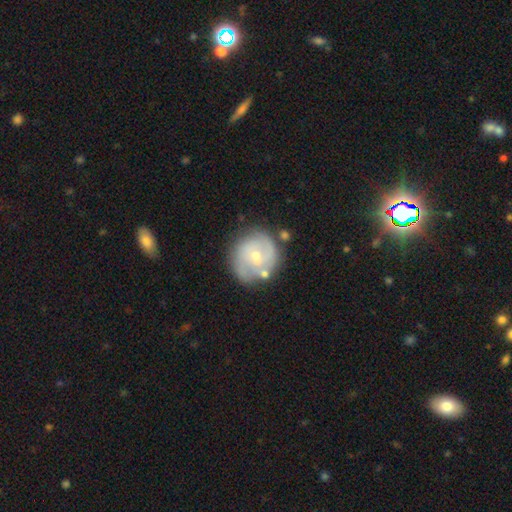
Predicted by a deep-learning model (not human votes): The model was most divided on "bulge size": small: 52%, moderate: 43%, large: 2%, none: 2%, dominant: 1%. More confident: edge-on disk — no (98%); spiral arms — yes (75%); merging — none (68%); smooth or featured — featured or disk (61%); bar — no (60%).